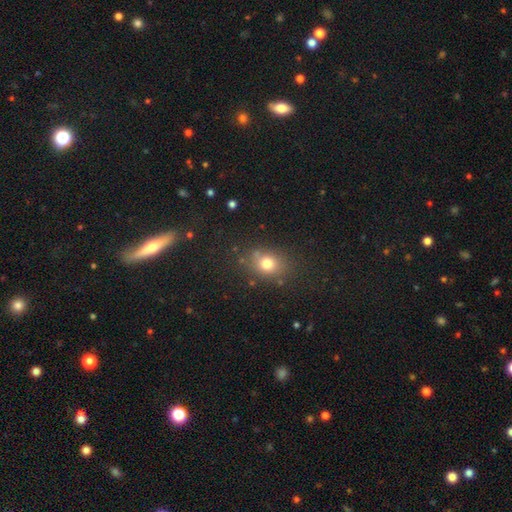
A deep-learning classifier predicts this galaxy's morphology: smooth_or_featured: smooth (p=0.56) [alt: star or artifact p=0.29]
how_rounded: in between (p=0.54) [alt: round p=0.38]
merging: none (p=0.83) [alt: minor disturbance p=0.10]